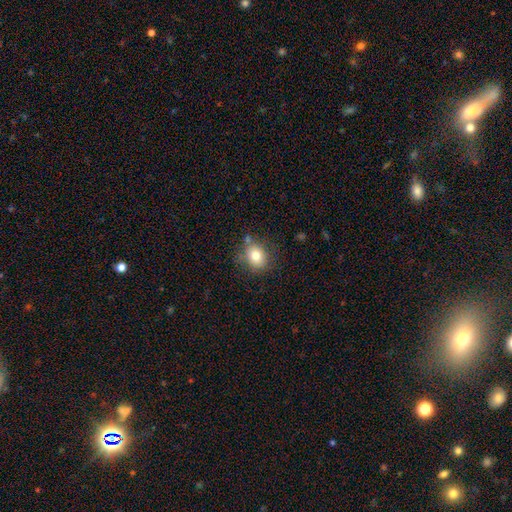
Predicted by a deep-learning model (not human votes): Q: Smooth or featured?
A: smooth (78%); runner-up: featured or disk (11%)
Q: How rounded?
A: round (63%); runner-up: in between (36%)
Q: Merging?
A: none (72%); runner-up: minor disturbance (17%)